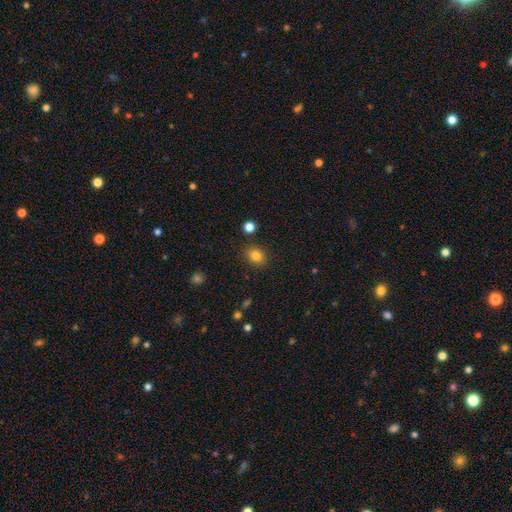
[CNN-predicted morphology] smooth-or-featured: smooth: 82% | star or artifact: 12% | featured or disk: 6%
  how-rounded: round: 51% | in between: 48% | cigar-shaped: 1%
  merging: none: 85% | minor disturbance: 9% | merger: 3% | major disturbance: 3%